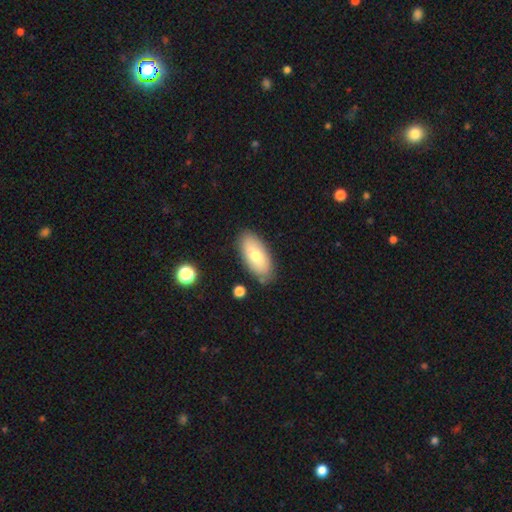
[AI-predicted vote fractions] Smooth or featured?
  - smooth: 70% *
  - featured or disk: 24%
  - star or artifact: 6%
How rounded?
  - in between: 90% *
  - cigar-shaped: 8%
  - round: 2%
Merging?
  - none: 81% *
  - minor disturbance: 13%
  - major disturbance: 3%
  - merger: 3%